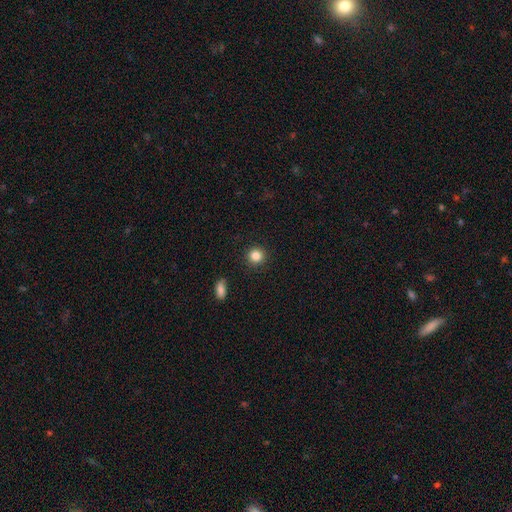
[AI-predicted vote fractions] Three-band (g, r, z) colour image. It shows a smooth galaxy with no disk features (85%) that is round (93%). Merging: none (91%).